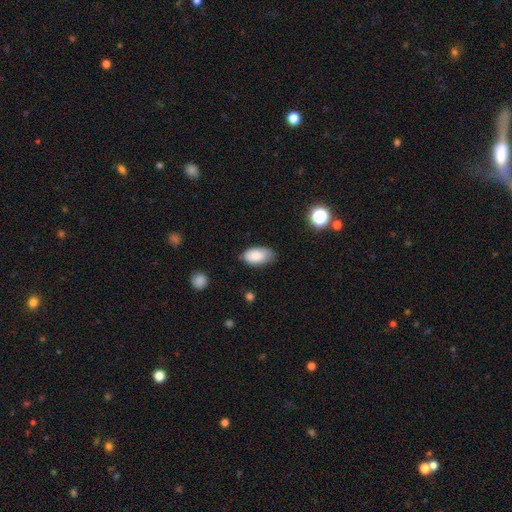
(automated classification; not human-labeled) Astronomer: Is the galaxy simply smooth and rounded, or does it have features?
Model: smooth — 83%.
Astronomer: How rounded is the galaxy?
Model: in between — 94%.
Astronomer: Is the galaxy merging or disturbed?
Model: none — 68%.